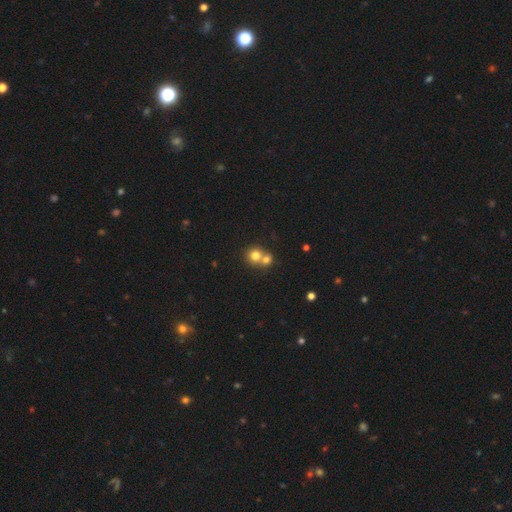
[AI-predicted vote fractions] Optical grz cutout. It shows a smooth galaxy with no disk features (76%) that is round (84%). Merging: merger (56%).